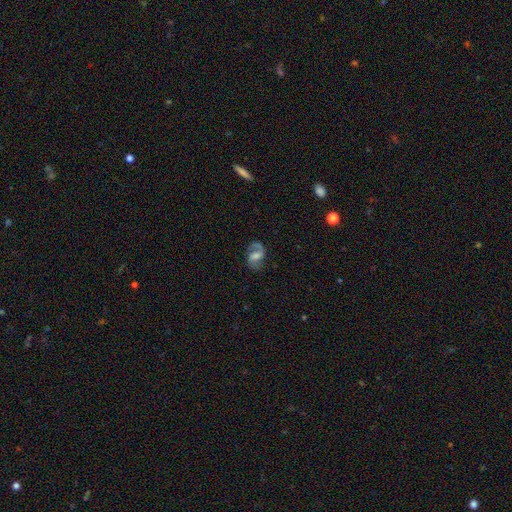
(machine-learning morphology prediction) This appears to be a featured or disk galaxy (78%) with a weak bar (49%), 2 (81%) medium (52%) spiral arms (93%) and a moderate central bulge (43%). Merging: none (74%).